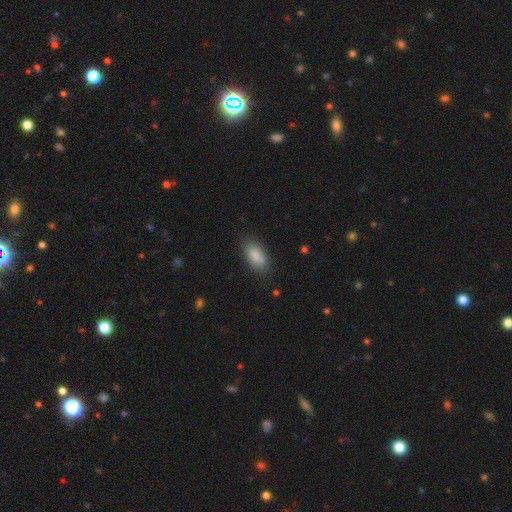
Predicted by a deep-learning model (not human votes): Morphology: type=smooth (88%); roundness=in between (90%); merging=none (83%).